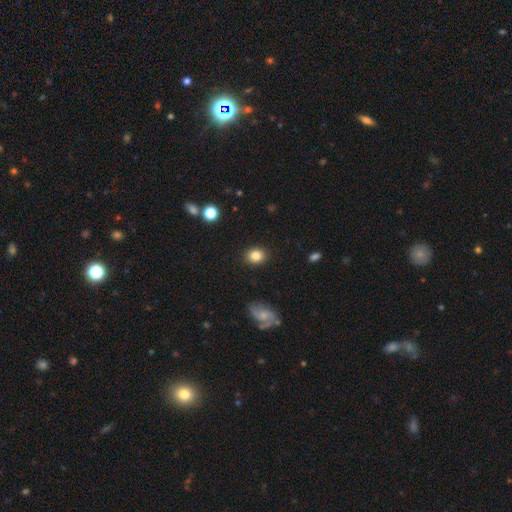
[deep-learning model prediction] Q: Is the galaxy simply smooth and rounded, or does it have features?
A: smooth — 83%.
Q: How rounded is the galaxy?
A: round — 60%.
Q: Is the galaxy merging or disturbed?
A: none — 88%.